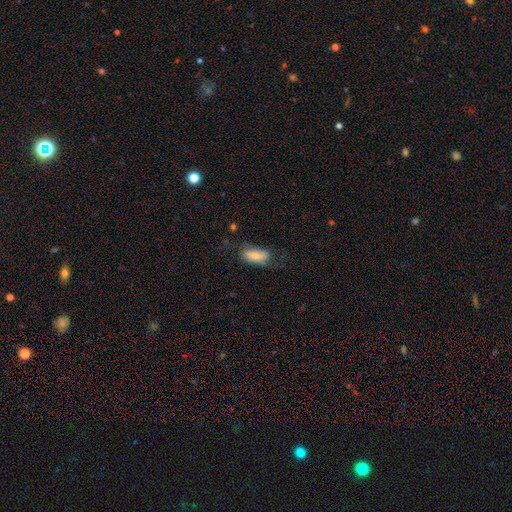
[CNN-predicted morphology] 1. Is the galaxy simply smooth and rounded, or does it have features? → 72% smooth, 20% featured or disk, 7% star or artifact.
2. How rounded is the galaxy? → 89% in between, 8% cigar-shaped, 3% round.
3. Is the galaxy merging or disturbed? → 61% none, 26% minor disturbance, 12% major disturbance, 2% merger.